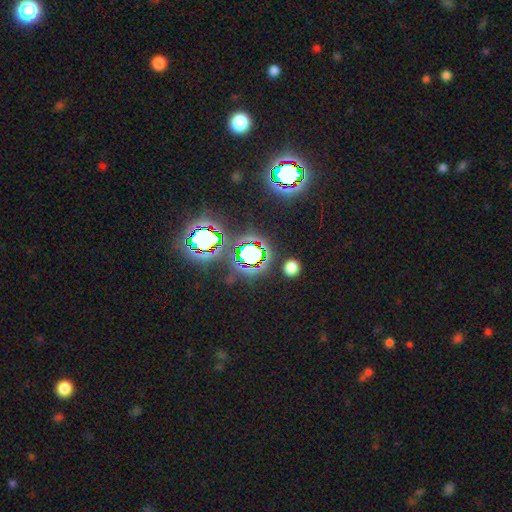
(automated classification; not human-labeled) Smooth or featured? star or artifact (81%)